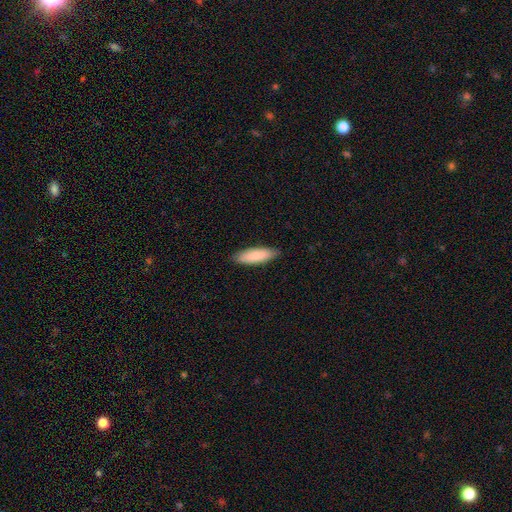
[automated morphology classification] This is clearly a smooth galaxy (85%). How rounded: possibly in between (50%). Merging: clearly none (87%).